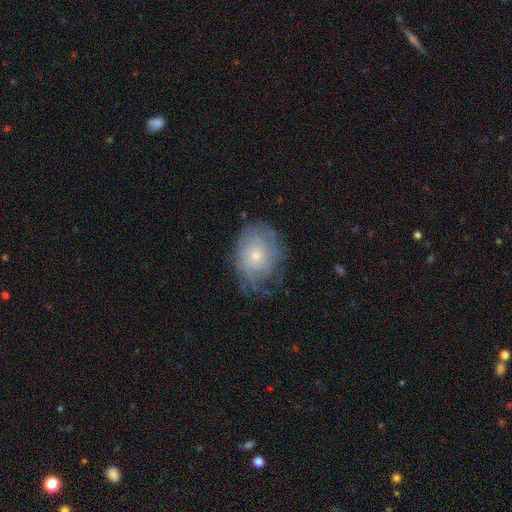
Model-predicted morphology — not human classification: smooth_or_featured: featured or disk (p=0.67) [alt: smooth p=0.25]
disk_edge_on: no (p=0.96) [alt: yes p=0.04]
bar: no (p=0.83) [alt: weak p=0.15]
has_spiral_arms: yes (p=0.85) [alt: no p=0.15]
spiral_winding: tight (p=0.66) [alt: medium p=0.24]
spiral_arm_count: can't tell (p=0.59) [alt: 2 p=0.11]
bulge_size: small (p=0.71) [alt: moderate p=0.25]
merging: none (p=0.63) [alt: minor disturbance p=0.23]